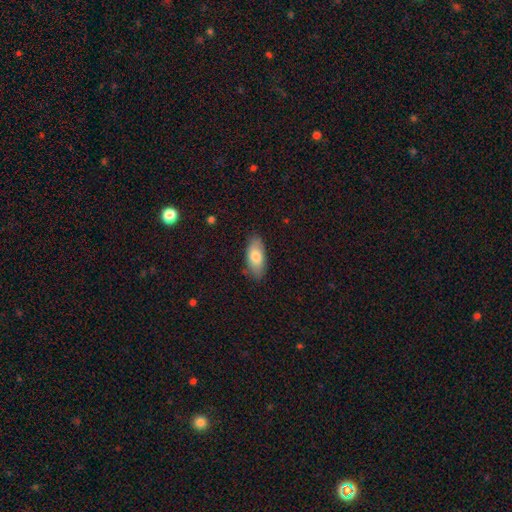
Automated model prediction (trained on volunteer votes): Smooth or featured? Predicted: smooth (p=0.79). How rounded? Predicted: in between (p=0.87). Merging? Predicted: none (p=0.83).